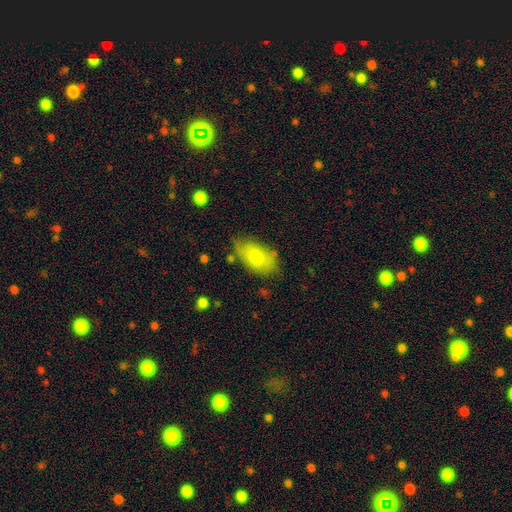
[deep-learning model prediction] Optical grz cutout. It shows a smooth galaxy with no disk features (71%) that is in between round and cigar-shaped (91%). Merging: none (67%).